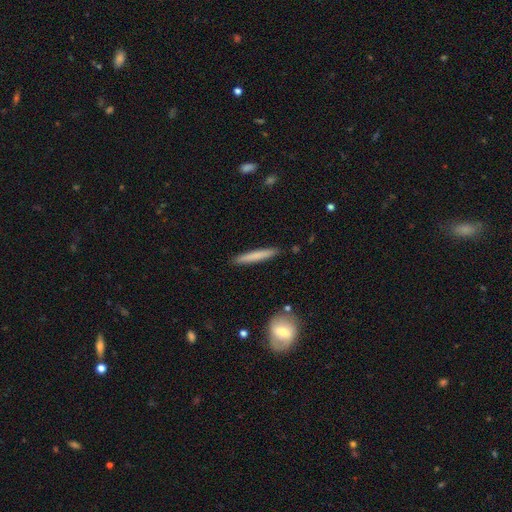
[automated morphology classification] smooth-or-featured: smooth: 72% | featured or disk: 23% | star or artifact: 6%
  how-rounded: cigar-shaped: 95% | in between: 4% | round: 1%
  merging: none: 90% | minor disturbance: 7% | merger: 2% | major disturbance: 1%